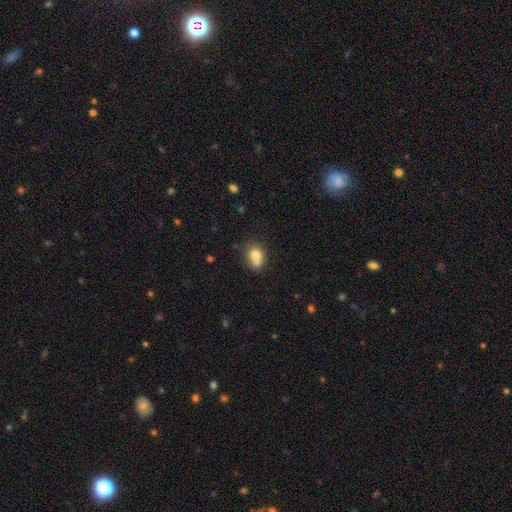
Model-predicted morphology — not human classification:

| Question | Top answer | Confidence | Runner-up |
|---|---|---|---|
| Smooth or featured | smooth | 74% | featured or disk (15%) |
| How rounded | round | 63% | in between (36%) |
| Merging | none | 45% | merger (38%) |